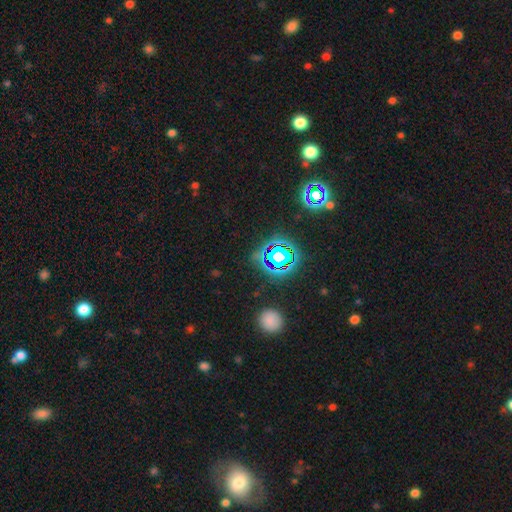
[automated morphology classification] The model was most divided on "smooth or featured": star or artifact: 76%, smooth: 15%, featured or disk: 8%.